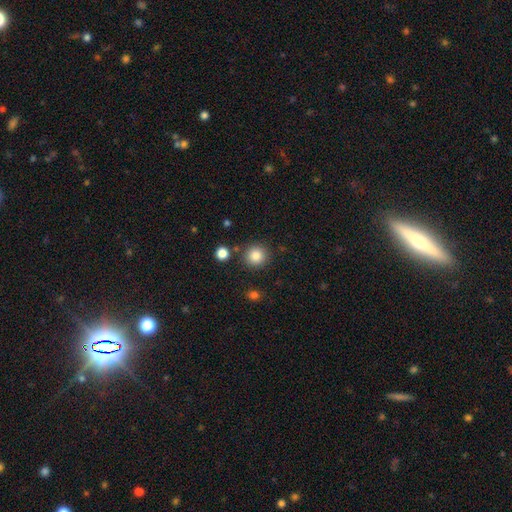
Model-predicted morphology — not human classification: smooth-or-featured: smooth: 85% | star or artifact: 10% | featured or disk: 5%
  how-rounded: round: 94% | in between: 5% | cigar-shaped: 1%
  merging: none: 86% | minor disturbance: 7% | merger: 4% | major disturbance: 3%